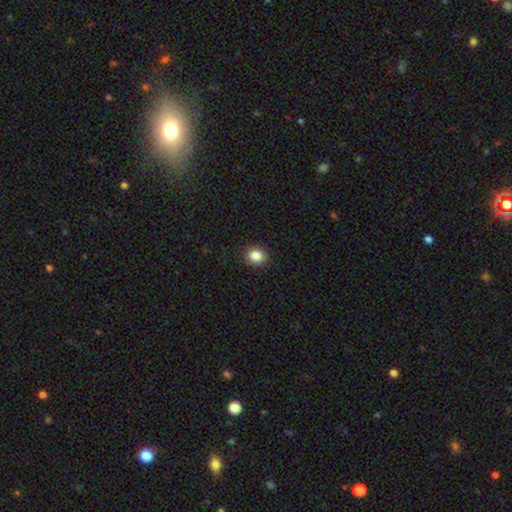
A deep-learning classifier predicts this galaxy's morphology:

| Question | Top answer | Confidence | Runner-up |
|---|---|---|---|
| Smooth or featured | smooth | 85% | star or artifact (10%) |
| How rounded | round | 71% | in between (28%) |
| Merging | none | 90% | minor disturbance (7%) |